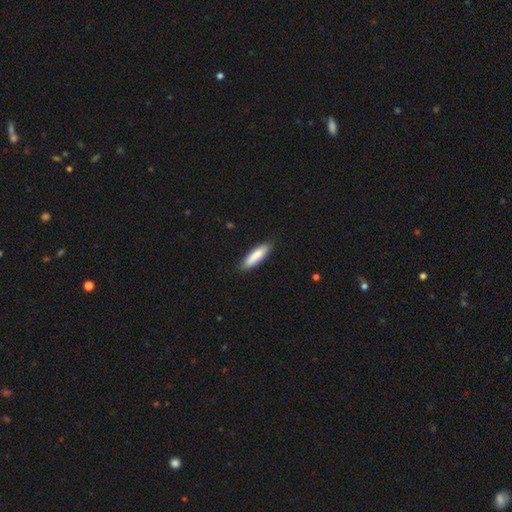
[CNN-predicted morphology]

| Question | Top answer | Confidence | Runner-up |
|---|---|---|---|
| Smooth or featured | smooth | 85% | featured or disk (9%) |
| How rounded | cigar-shaped | 62% | in between (37%) |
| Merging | none | 86% | minor disturbance (11%) |